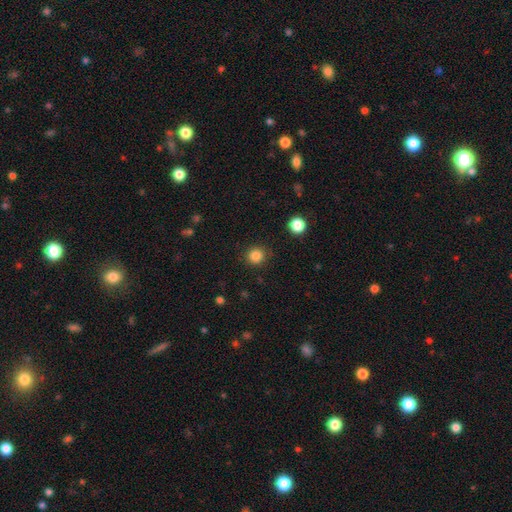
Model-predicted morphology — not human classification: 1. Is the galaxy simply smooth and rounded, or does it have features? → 84% smooth, 12% star or artifact, 4% featured or disk.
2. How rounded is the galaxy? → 91% round, 8% in between, 1% cigar-shaped.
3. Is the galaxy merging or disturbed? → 88% none, 7% minor disturbance, 3% major disturbance, 1% merger.